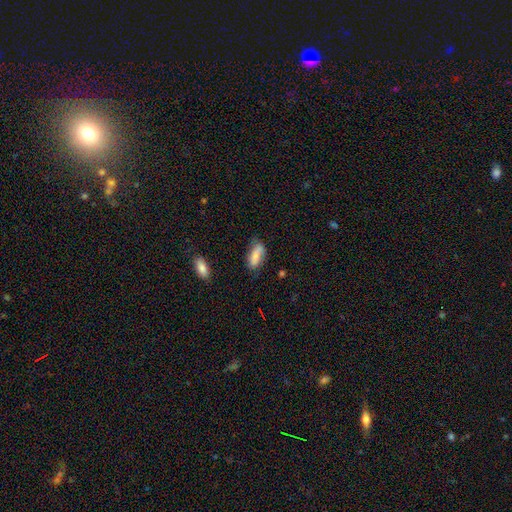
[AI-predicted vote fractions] Smooth or featured? Predicted: smooth (p=0.71). How rounded? Predicted: in between (p=0.82). Merging? Predicted: none (p=0.61).